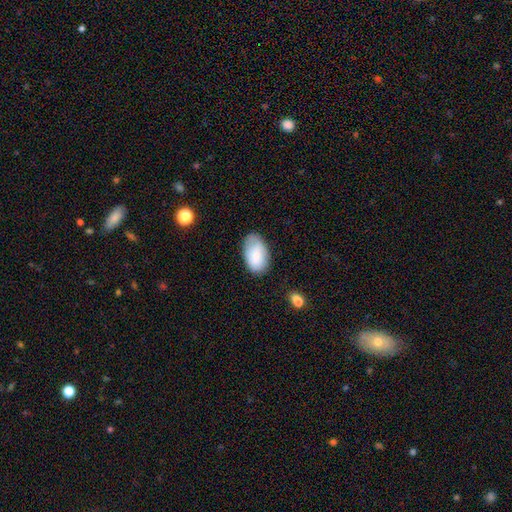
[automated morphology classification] Smooth or featured? Predicted: smooth (p=0.81). How rounded? Predicted: in between (p=0.94). Merging? Predicted: none (p=0.71).